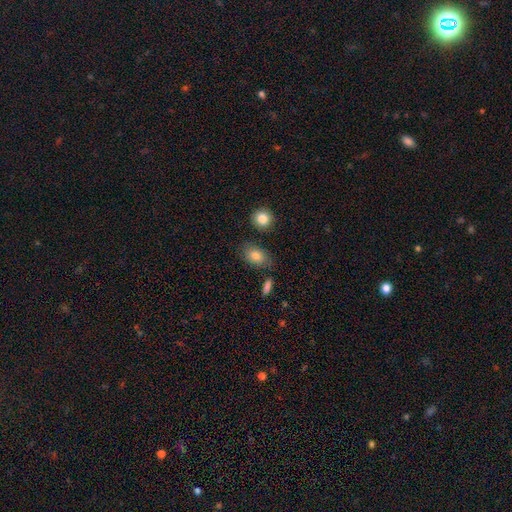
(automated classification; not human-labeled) This appears to be a smooth galaxy with no disk features (82%) that is in between round and cigar-shaped (84%). Merging: none (76%).